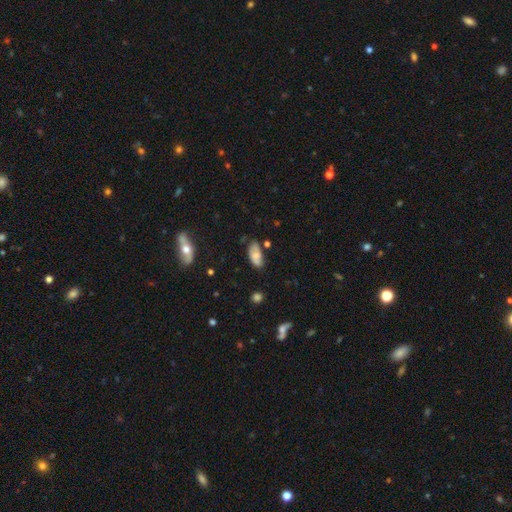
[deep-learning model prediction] A smooth galaxy with no disk features (66%) that is in between round and cigar-shaped (90%). Merging: none (64%).